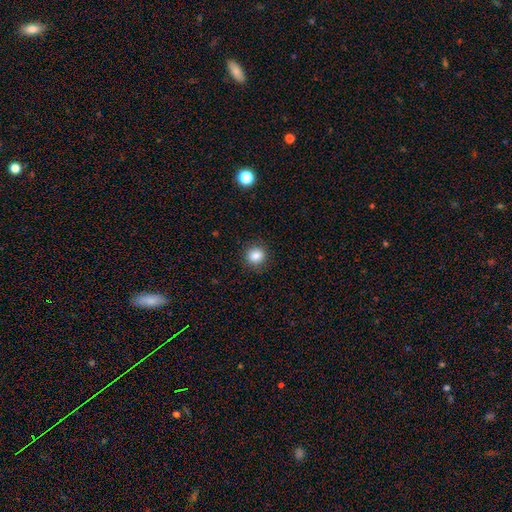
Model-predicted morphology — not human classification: Overall: smooth (85%). How rounded: round (84%). Merging: none (89%).